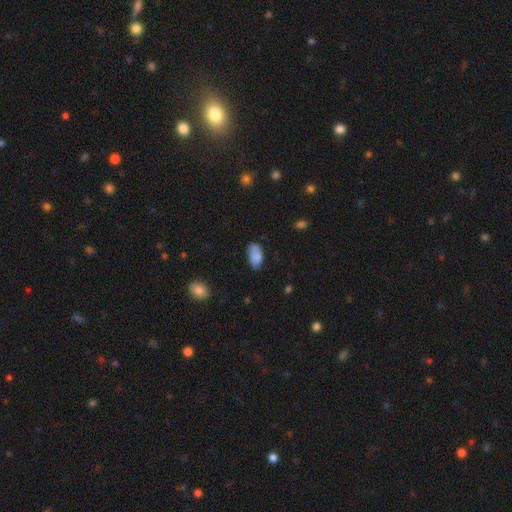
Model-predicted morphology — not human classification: smooth-or-featured: smooth: 77% | featured or disk: 15% | star or artifact: 8%
  how-rounded: in between: 94% | round: 4% | cigar-shaped: 3%
  merging: none: 56% | minor disturbance: 30% | major disturbance: 8% | merger: 6%